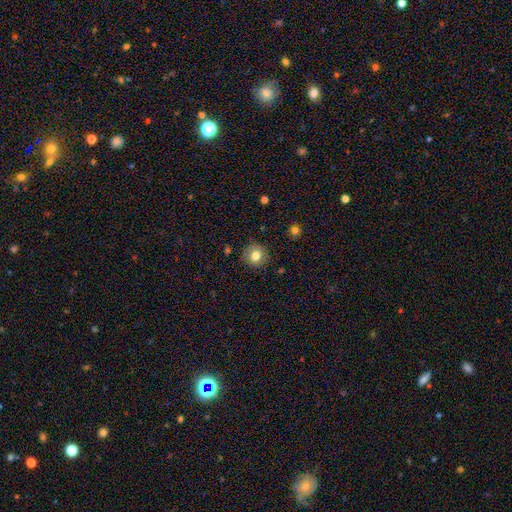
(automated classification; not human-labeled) This appears to be a smooth galaxy with no disk features (80%) that is round (90%). Merging: none (86%).